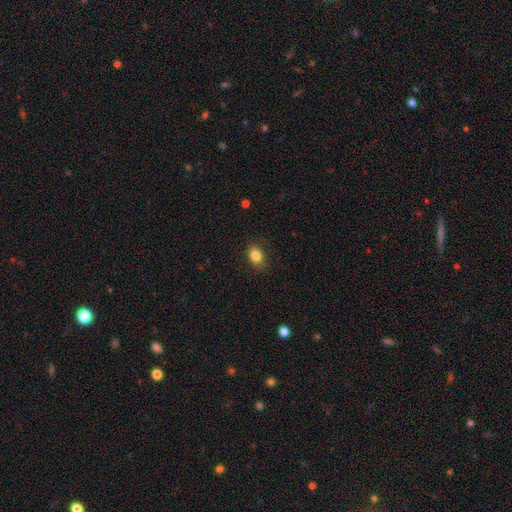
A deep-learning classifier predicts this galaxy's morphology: Smooth or featured: smooth — 84% (star or artifact — 10%)
How rounded: in between — 60% (round — 39%)
Merging: none — 85% (minor disturbance — 11%)